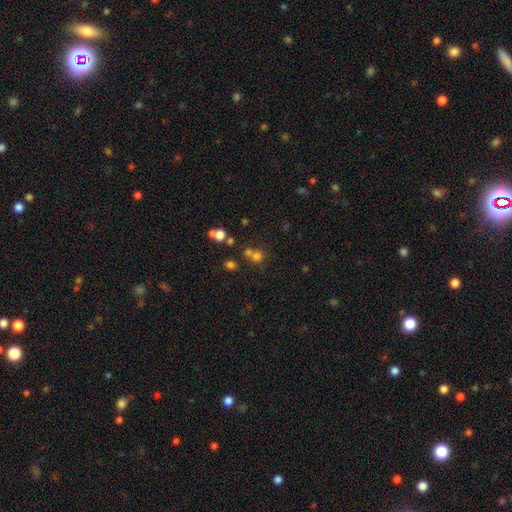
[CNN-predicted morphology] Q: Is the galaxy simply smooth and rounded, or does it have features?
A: smooth — 67%.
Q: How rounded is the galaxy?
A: round — 85%.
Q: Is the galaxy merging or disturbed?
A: none — 53%.